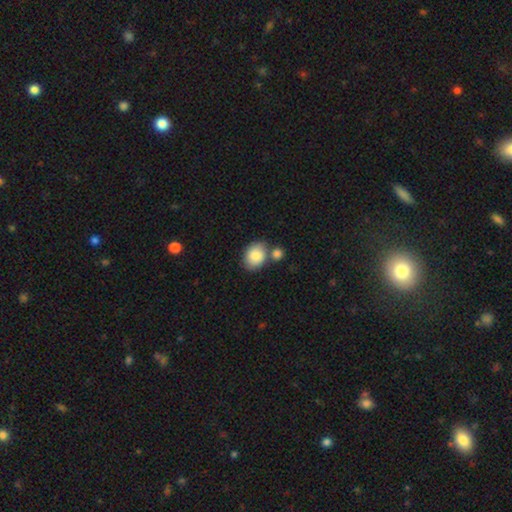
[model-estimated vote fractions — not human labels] Q: Smooth or featured?
A: smooth (85%); runner-up: featured or disk (8%)
Q: How rounded?
A: in between (63%); runner-up: round (36%)
Q: Merging?
A: none (58%); runner-up: merger (25%)